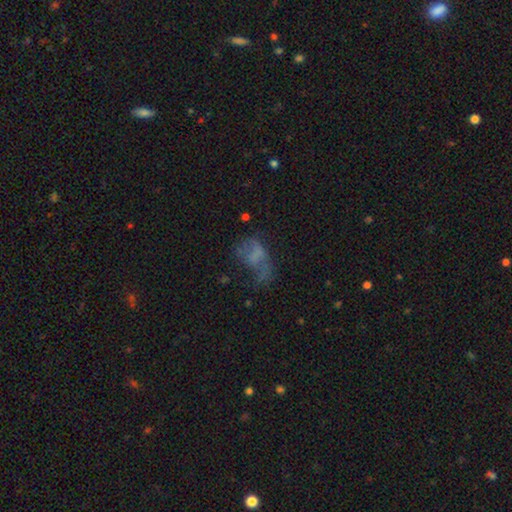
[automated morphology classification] Q: Smooth or featured?
A: smooth (42%); runner-up: featured or disk (38%)
Q: Merging?
A: major disturbance (44%); runner-up: none (29%)